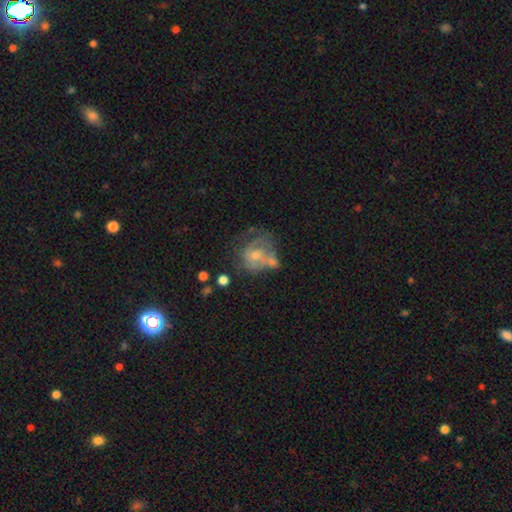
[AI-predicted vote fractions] Overall: featured or disk (58%; smooth 30%). Edge-on disk: no (97%). Bar: no (74%). Spiral arms: yes (59%; no 41%). Bulge size: moderate (47%; small 45%). Merging: none (35%; merger 24%).